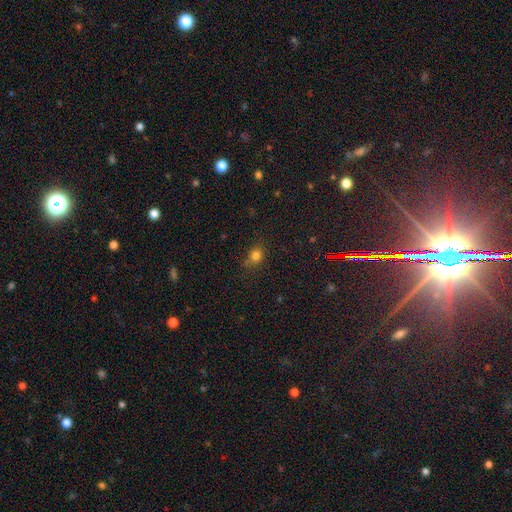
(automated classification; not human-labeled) smooth_or_featured: smooth (p=0.78) [alt: star or artifact p=0.16]
how_rounded: round (p=0.63) [alt: in between p=0.36]
merging: none (p=0.74) [alt: minor disturbance p=0.17]